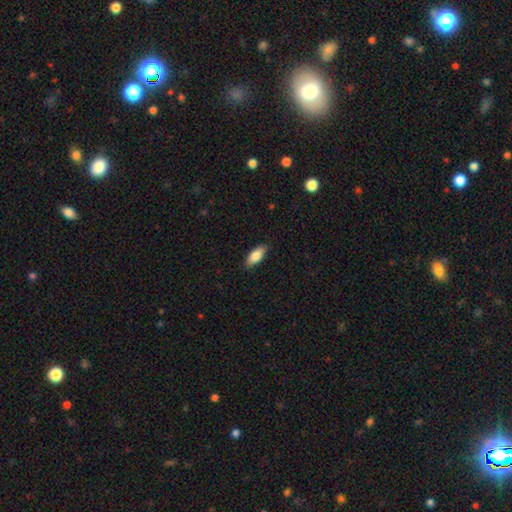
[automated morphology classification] smooth-or-featured: smooth: 82% | featured or disk: 12% | star or artifact: 6%
  how-rounded: in between: 81% | cigar-shaped: 17% | round: 2%
  merging: none: 87% | minor disturbance: 10% | major disturbance: 2% | merger: 1%